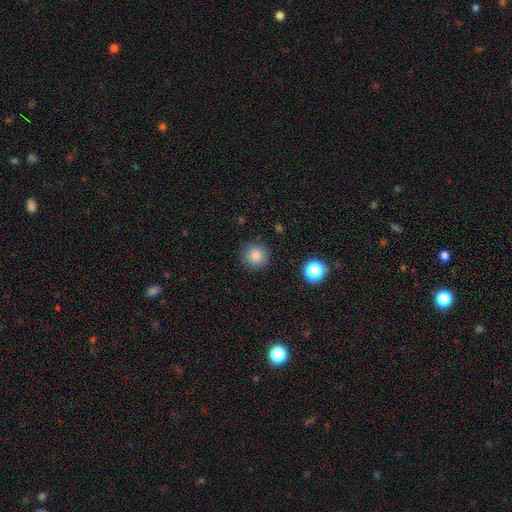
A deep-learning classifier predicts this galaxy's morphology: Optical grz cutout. It shows a smooth galaxy with no disk features (84%) that is round (94%). Merging: none (89%).